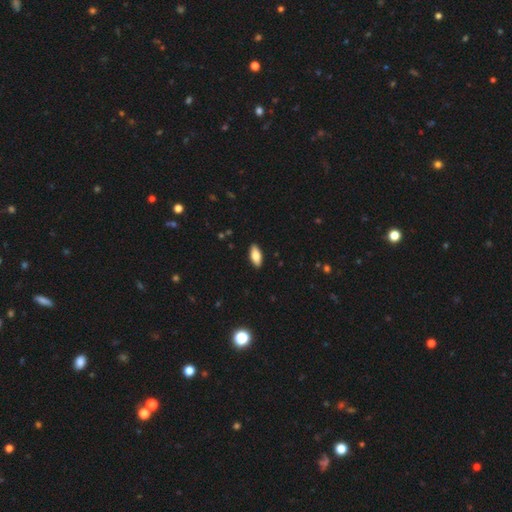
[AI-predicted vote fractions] Smooth or featured: smooth — 76% (featured or disk — 18%)
How rounded: in between — 84% (cigar-shaped — 14%)
Merging: none — 90% (minor disturbance — 8%)